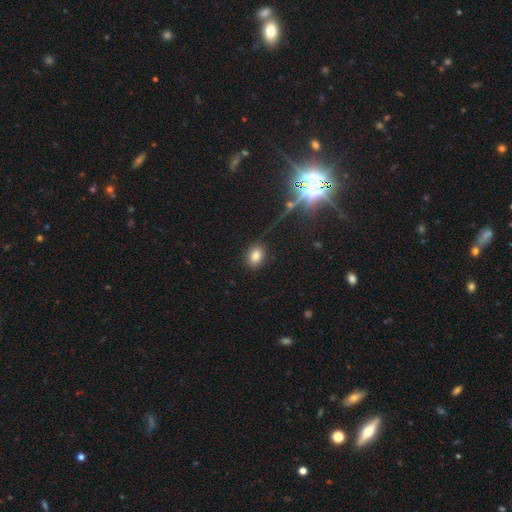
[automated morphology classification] Smooth or featured? smooth (81%)
How rounded? in between (67%)
Merging? none (85%)